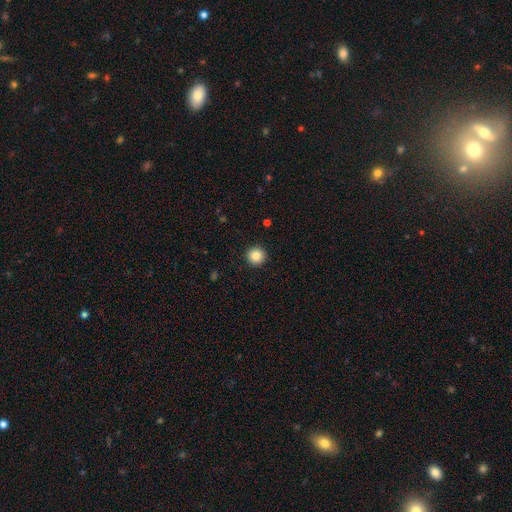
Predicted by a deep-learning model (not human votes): A smooth galaxy with no disk features (85%) that is round (96%). Merging: none (93%).